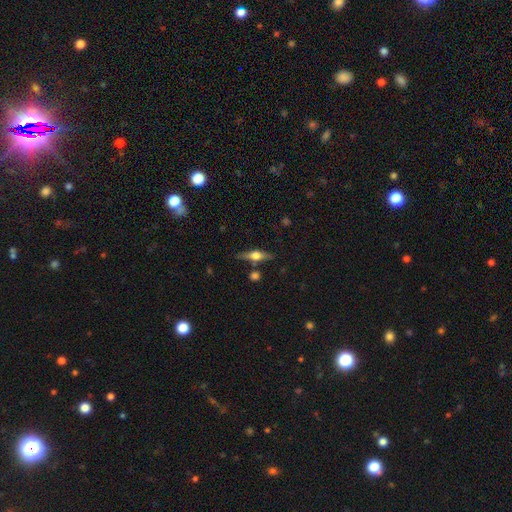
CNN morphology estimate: featured or disk 61%, smooth 31%, star or artifact 7%. Down the decision tree: edge-on disk — yes (95%); edge-on bulge — rounded (92%); merging — none (78%).